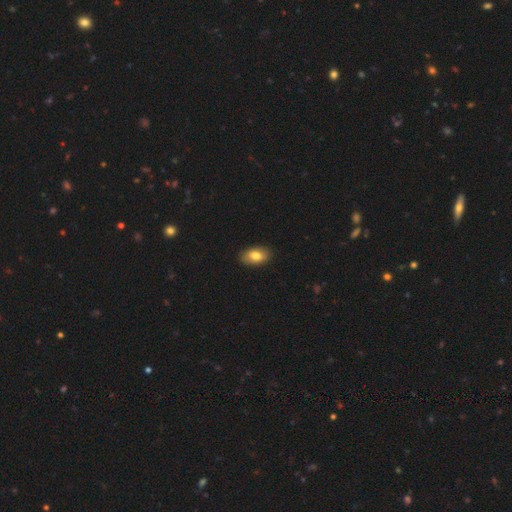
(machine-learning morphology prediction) Smooth or featured: smooth — 81% (featured or disk — 12%)
How rounded: in between — 91% (round — 8%)
Merging: none — 89% (minor disturbance — 9%)